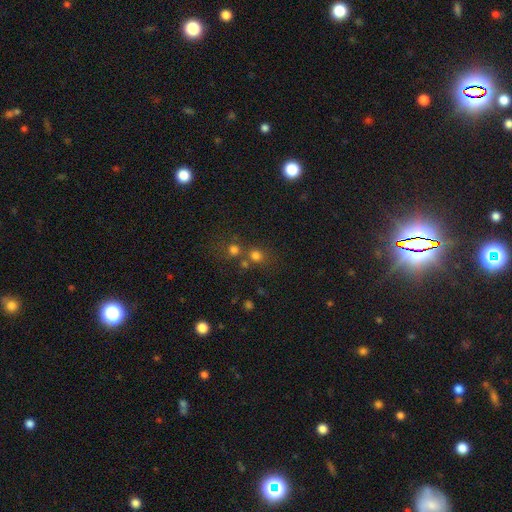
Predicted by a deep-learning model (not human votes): Q: Smooth or featured?
A: smooth (72%); runner-up: star or artifact (20%)
Q: How rounded?
A: round (86%); runner-up: in between (13%)
Q: Merging?
A: none (60%); runner-up: merger (28%)